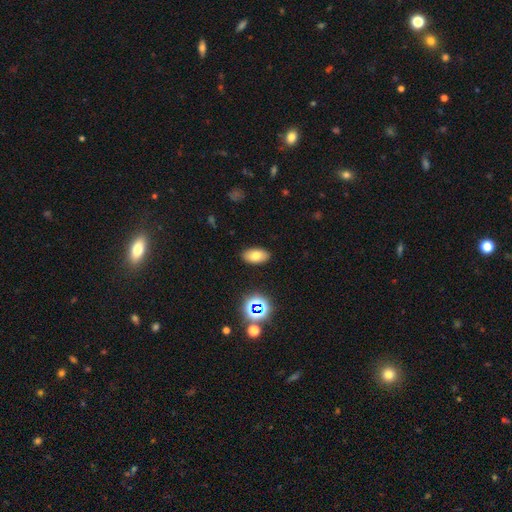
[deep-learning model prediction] smooth_or_featured: smooth (p=0.73) [alt: star or artifact p=0.14]
how_rounded: in between (p=0.92) [alt: round p=0.06]
merging: none (p=0.88) [alt: minor disturbance p=0.08]